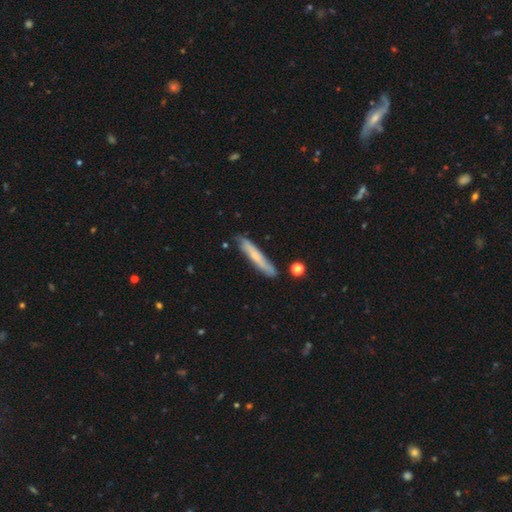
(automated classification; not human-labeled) Q: Smooth or featured?
A: smooth (56%); runner-up: featured or disk (38%)
Q: How rounded?
A: cigar-shaped (93%); runner-up: in between (5%)
Q: Merging?
A: none (81%); runner-up: minor disturbance (14%)